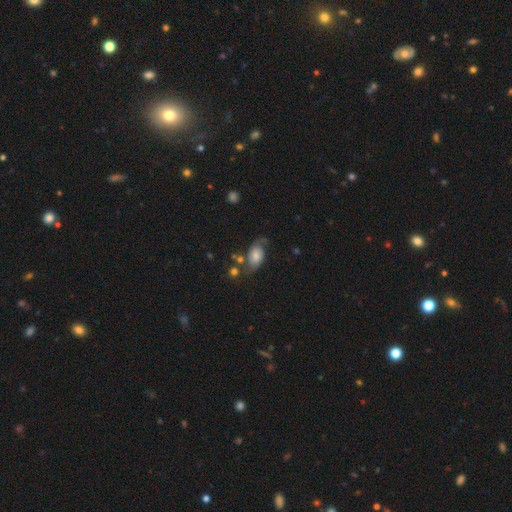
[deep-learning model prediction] This appears to be a featured or disk galaxy (55%) with no bar (66%), spiral arms (87%) and a moderate central bulge (41%). Merging: none (53%).